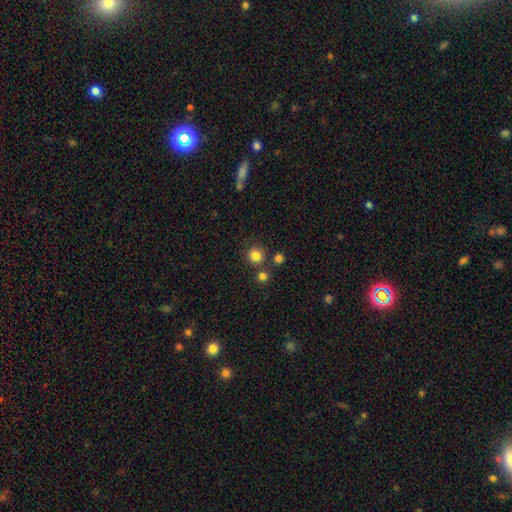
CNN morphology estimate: Smooth or featured? smooth (82%)
How rounded? round (93%)
Merging? none (78%)